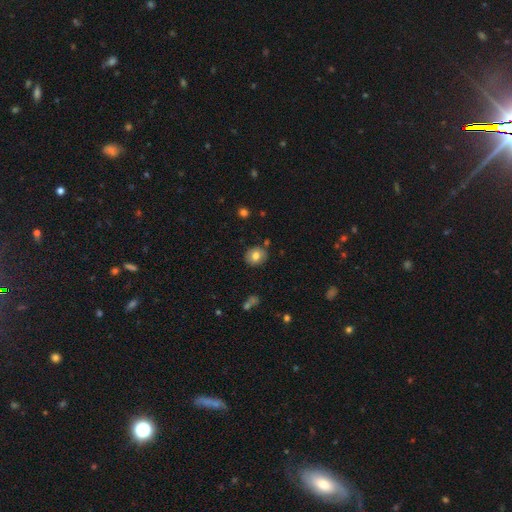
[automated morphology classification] smooth 77%, featured or disk 14%, star or artifact 10%. Down the decision tree: how rounded — round (72%); merging — none (84%).